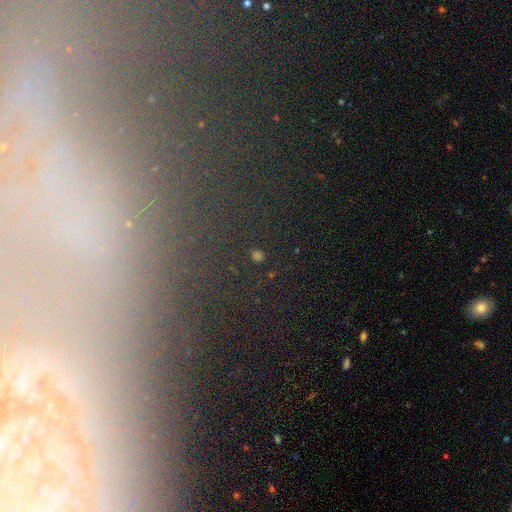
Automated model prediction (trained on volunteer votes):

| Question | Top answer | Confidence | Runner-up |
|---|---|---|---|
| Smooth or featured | star or artifact | 66% | smooth (20%) |